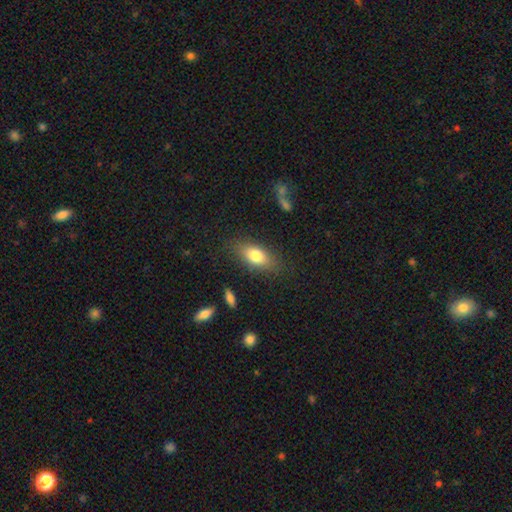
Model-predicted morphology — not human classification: smooth 78%, featured or disk 15%, star or artifact 8%. Down the decision tree: how rounded — in between (83%); merging — none (81%).